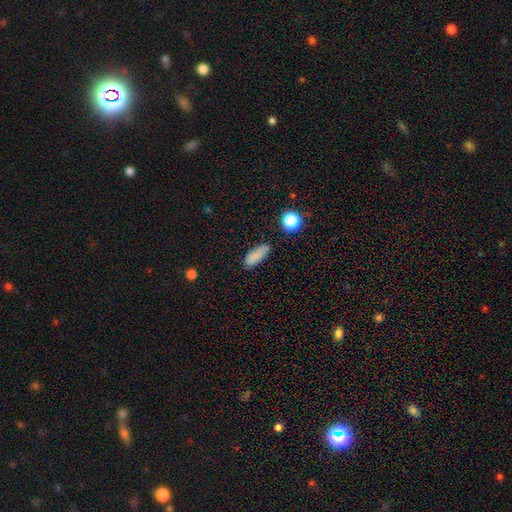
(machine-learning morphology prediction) Smooth or featured: smooth — 83% (star or artifact — 11%)
How rounded: in between — 67% (cigar-shaped — 30%)
Merging: none — 77% (minor disturbance — 16%)